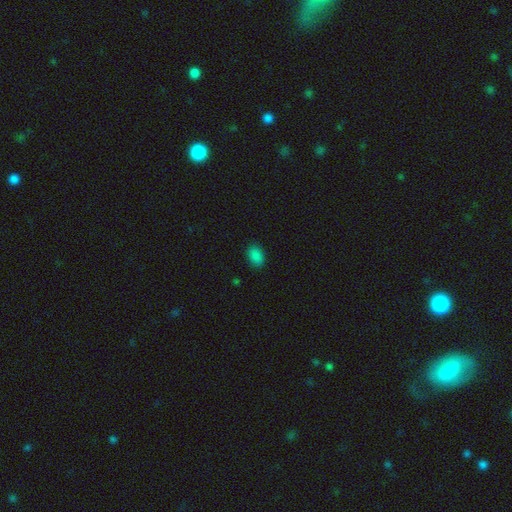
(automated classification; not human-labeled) smooth-or-featured: smooth: 86% | star or artifact: 11% | featured or disk: 3%
  how-rounded: in between: 86% | round: 12% | cigar-shaped: 1%
  merging: none: 87% | minor disturbance: 10% | major disturbance: 2% | merger: 1%